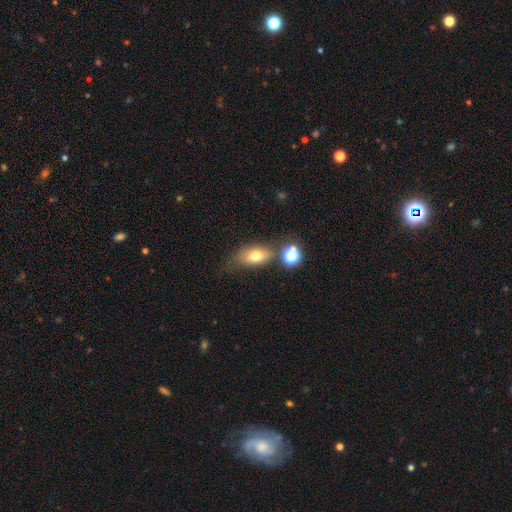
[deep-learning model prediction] Q: Smooth or featured?
A: smooth (70%); runner-up: featured or disk (17%)
Q: How rounded?
A: in between (79%); runner-up: round (15%)
Q: Merging?
A: none (61%); runner-up: minor disturbance (20%)